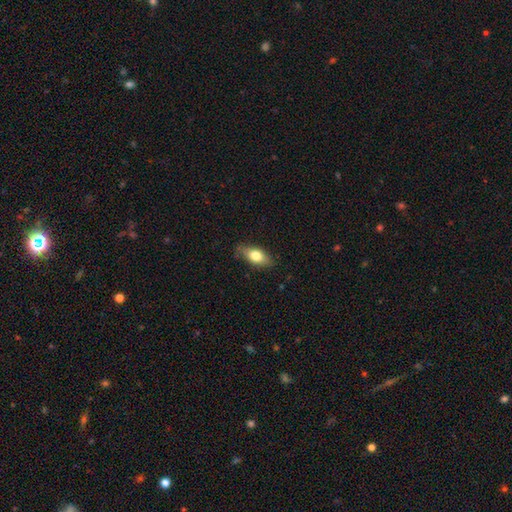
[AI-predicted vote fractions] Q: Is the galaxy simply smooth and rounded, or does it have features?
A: smooth — 73%.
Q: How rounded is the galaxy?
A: in between — 83%.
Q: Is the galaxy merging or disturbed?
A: none — 79%.